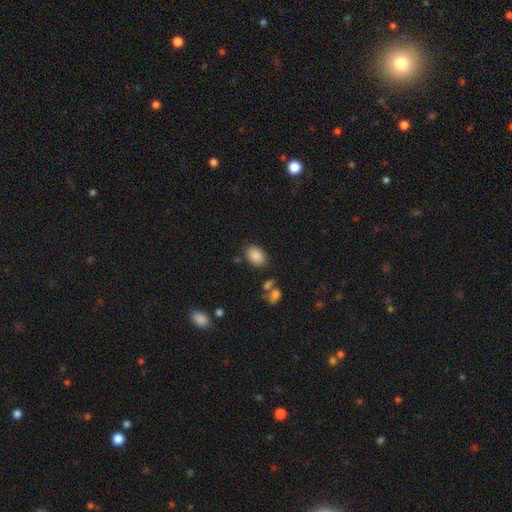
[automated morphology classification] The model was most divided on "merging": none: 79%, minor disturbance: 12%, merger: 5%, major disturbance: 4%. More confident: smooth or featured — smooth (87%); how rounded — in between (84%).